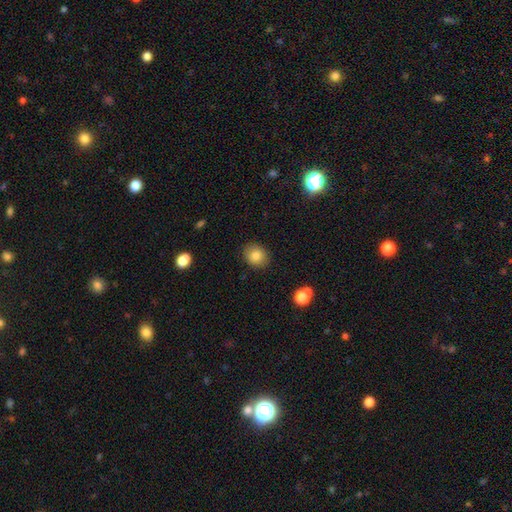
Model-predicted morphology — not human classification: type=smooth (83%); roundness=round (63%); merging=none (87%).